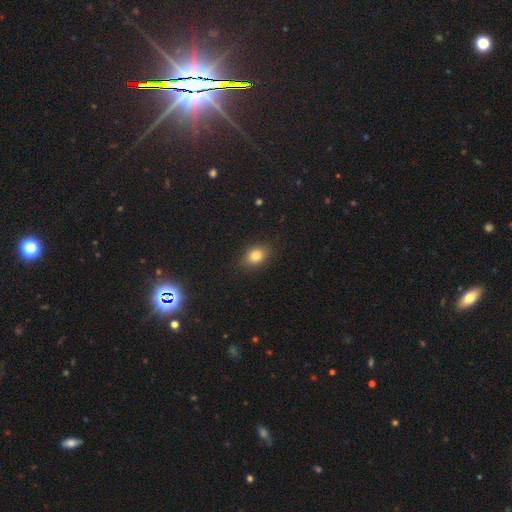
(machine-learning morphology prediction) This appears to be a smooth galaxy with no disk features (81%) that is in between round and cigar-shaped (73%). Merging: none (87%).